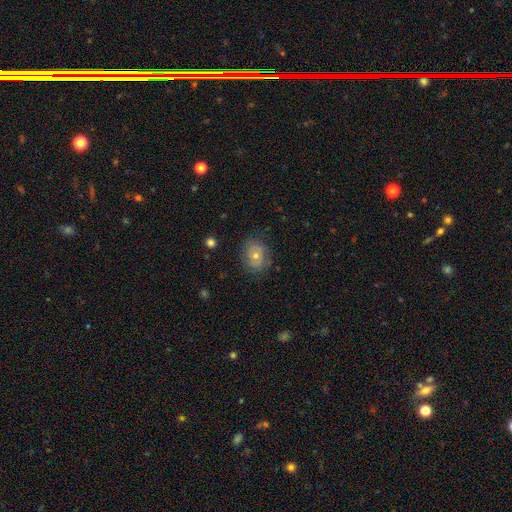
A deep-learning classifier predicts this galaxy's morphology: smooth 51%, featured or disk 35%, star or artifact 14%. Down the decision tree: how rounded — round (60%); merging — none (79%).